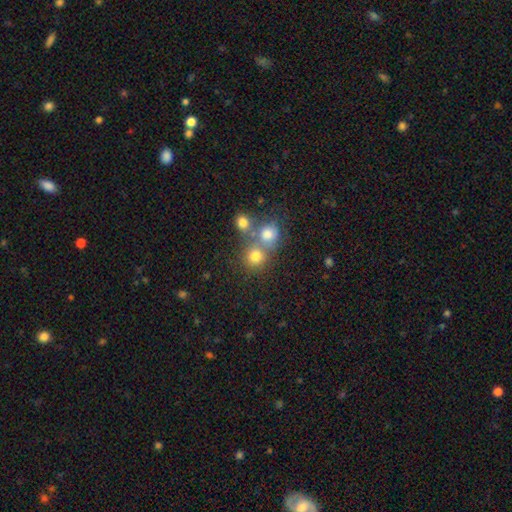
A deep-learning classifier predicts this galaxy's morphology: A smooth galaxy with no disk features (74%) that is round (86%). Merging: none (52%).